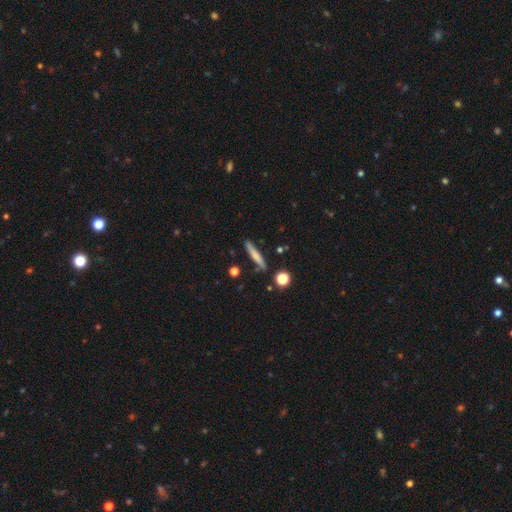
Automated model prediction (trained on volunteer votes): Smooth or featured?
  - smooth: 65% *
  - featured or disk: 27%
  - star or artifact: 8%
How rounded?
  - cigar-shaped: 91% *
  - in between: 6%
  - round: 3%
Merging?
  - none: 83% *
  - minor disturbance: 11%
  - merger: 3%
  - major disturbance: 2%